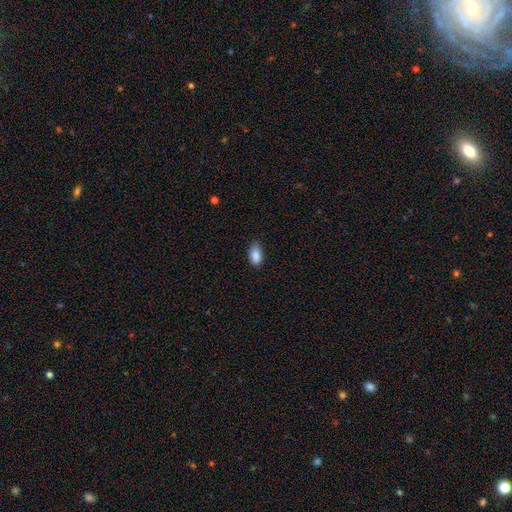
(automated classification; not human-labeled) Q: Smooth or featured?
A: smooth (88%); runner-up: star or artifact (8%)
Q: How rounded?
A: in between (92%); runner-up: round (5%)
Q: Merging?
A: none (71%); runner-up: minor disturbance (24%)